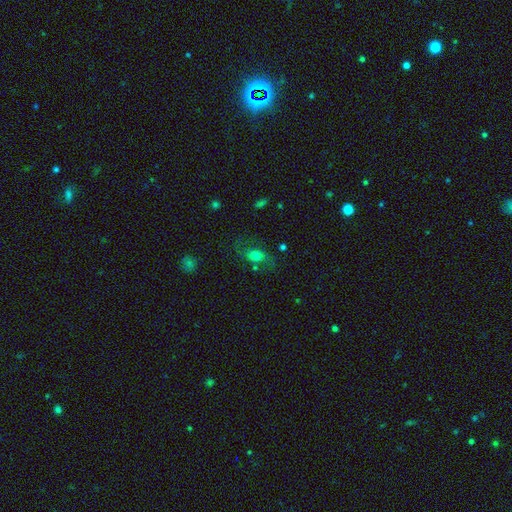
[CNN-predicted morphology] This appears to be a smooth galaxy with no disk features (56%) that is in between round and cigar-shaped (70%). Merging: none (61%).